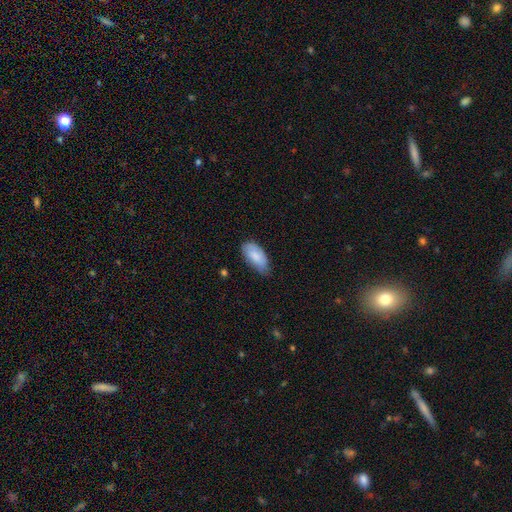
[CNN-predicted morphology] type=smooth (80%); roundness=in between (93%); merging=none (59%).